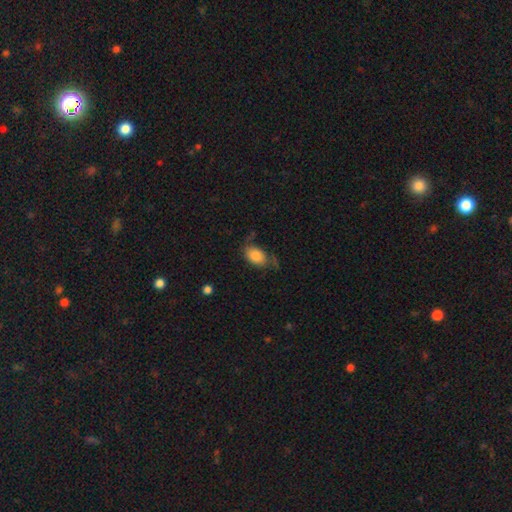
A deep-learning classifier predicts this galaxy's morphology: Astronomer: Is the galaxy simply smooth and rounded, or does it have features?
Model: smooth — 75%.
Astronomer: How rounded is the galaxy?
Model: in between — 87%.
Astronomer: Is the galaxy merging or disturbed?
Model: none — 45% (runner-up: minor disturbance, 32%).